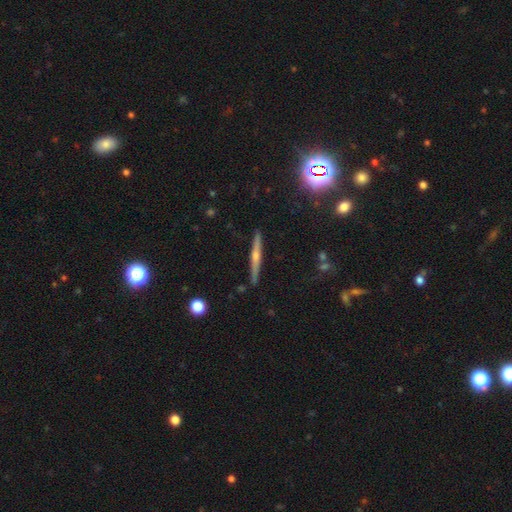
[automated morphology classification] This appears to be a featured or disk galaxy (71%) viewed edge-on (98%) with a rounded central bulge (83%). Merging: none (90%).